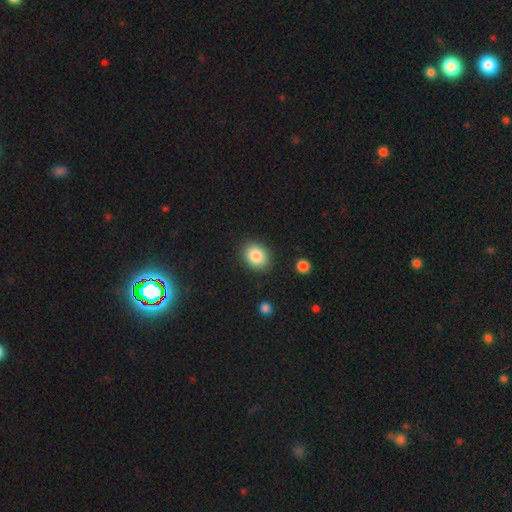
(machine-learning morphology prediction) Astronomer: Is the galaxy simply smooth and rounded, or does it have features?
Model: smooth — 86%.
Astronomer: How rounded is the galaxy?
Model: in between — 51% (runner-up: round, 48%).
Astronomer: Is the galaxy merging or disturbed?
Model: none — 87%.